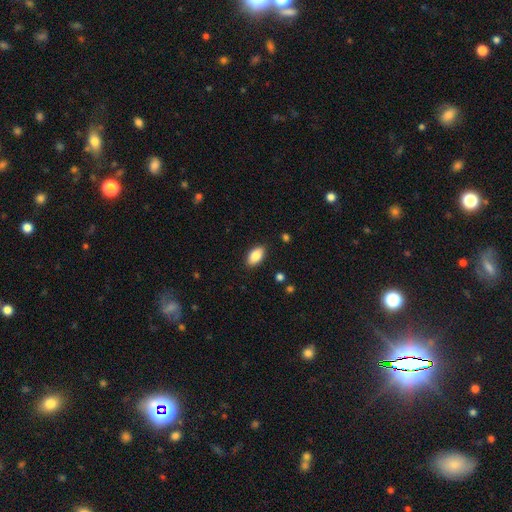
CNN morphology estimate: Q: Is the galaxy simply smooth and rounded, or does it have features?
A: smooth — 85%.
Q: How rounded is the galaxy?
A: in between — 92%.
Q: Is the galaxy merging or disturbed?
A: none — 88%.